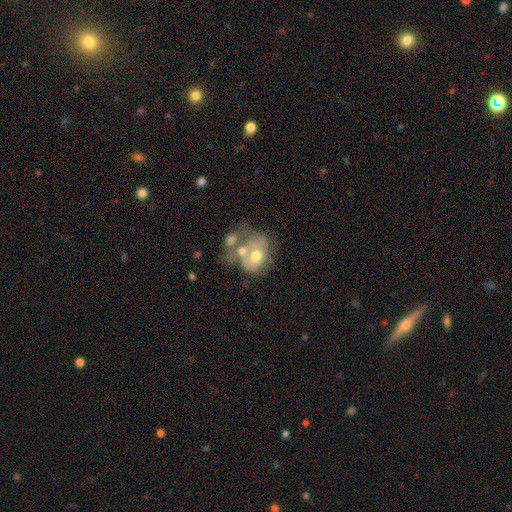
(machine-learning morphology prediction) featured or disk 49%, smooth 42%, star or artifact 9%. Down the decision tree: merging — merger (47%).